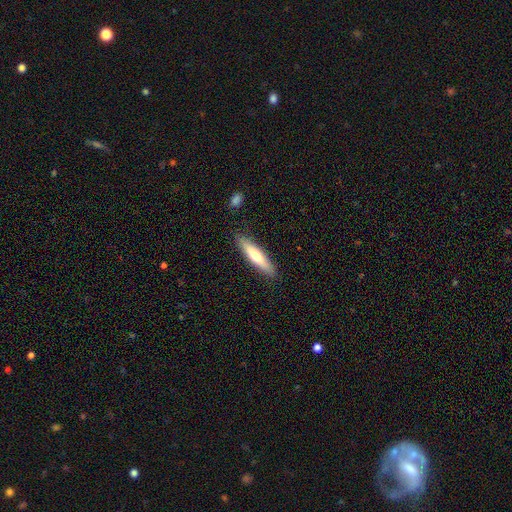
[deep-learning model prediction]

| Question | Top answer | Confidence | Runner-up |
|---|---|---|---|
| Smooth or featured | smooth | 66% | featured or disk (29%) |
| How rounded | cigar-shaped | 83% | in between (16%) |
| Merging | none | 88% | minor disturbance (9%) |